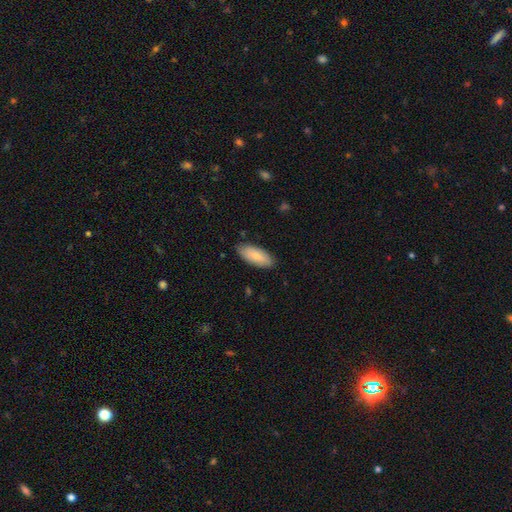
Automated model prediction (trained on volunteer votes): This is likely a smooth galaxy (80%). How rounded: clearly in between (84%). Merging: clearly none (83%).